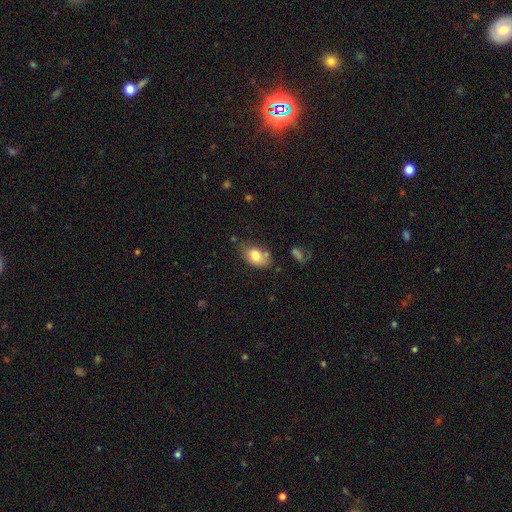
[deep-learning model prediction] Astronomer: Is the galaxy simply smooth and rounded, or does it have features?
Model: smooth — 79%.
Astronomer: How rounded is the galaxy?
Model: in between — 84%.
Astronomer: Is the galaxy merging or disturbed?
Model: none — 62%.